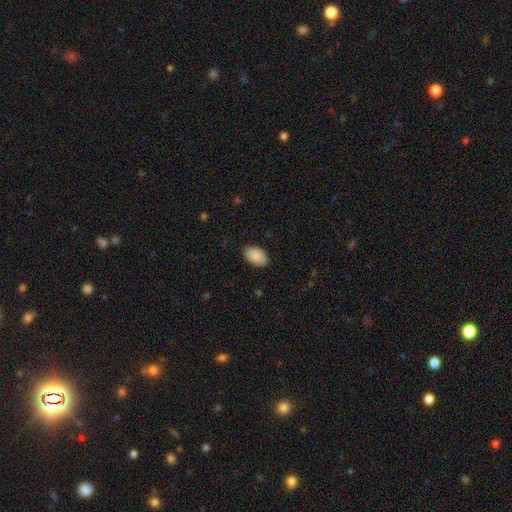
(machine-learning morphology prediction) Smooth or featured? Predicted: smooth (p=0.84). How rounded? Predicted: in between (p=0.91). Merging? Predicted: none (p=0.84).